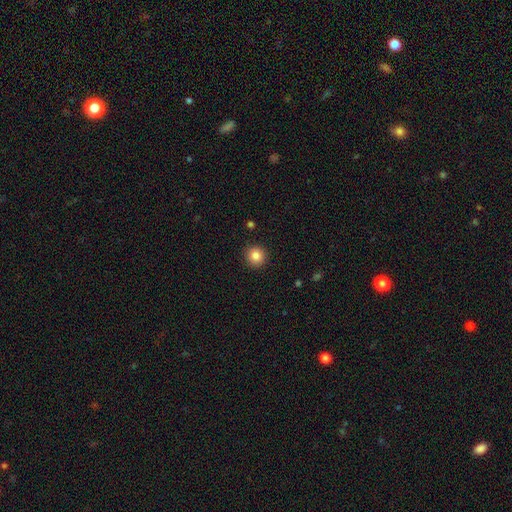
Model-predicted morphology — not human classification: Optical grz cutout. It shows a smooth galaxy with no disk features (84%) that is round (95%). Merging: none (92%).